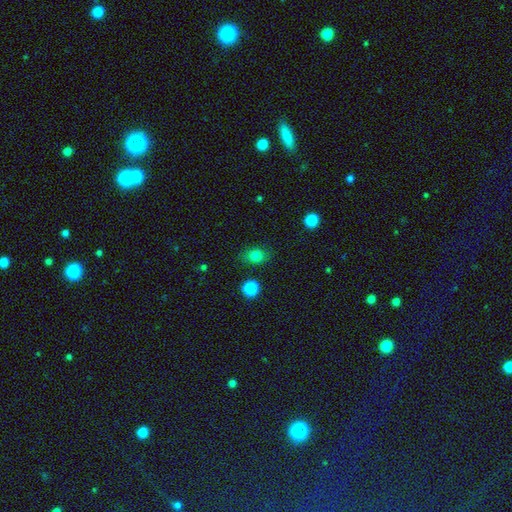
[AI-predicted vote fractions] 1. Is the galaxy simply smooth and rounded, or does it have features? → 81% smooth, 13% star or artifact, 6% featured or disk.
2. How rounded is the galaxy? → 55% round, 43% in between, 1% cigar-shaped.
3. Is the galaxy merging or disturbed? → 81% none, 12% minor disturbance, 3% major disturbance, 3% merger.